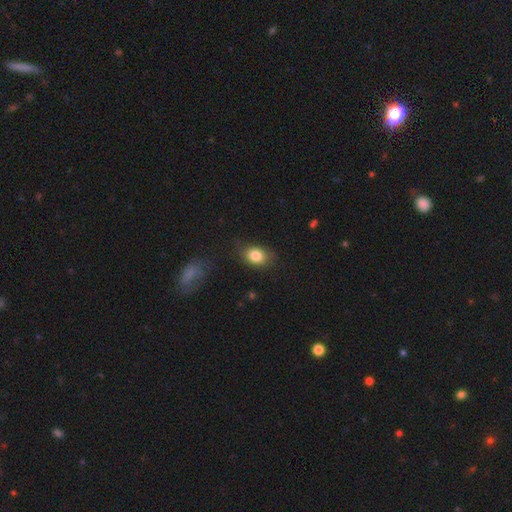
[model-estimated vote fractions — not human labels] A smooth galaxy with no disk features (84%) that is in between round and cigar-shaped (66%). Merging: none (77%).